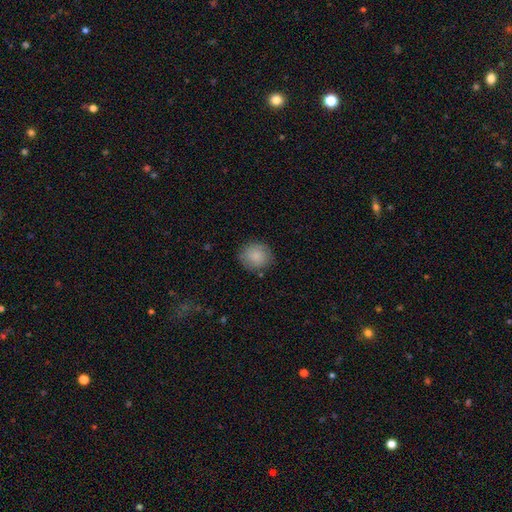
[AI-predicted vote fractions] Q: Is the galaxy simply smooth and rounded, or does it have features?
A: smooth — 79%.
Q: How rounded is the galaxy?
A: round — 86%.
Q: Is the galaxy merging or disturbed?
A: none — 82%.